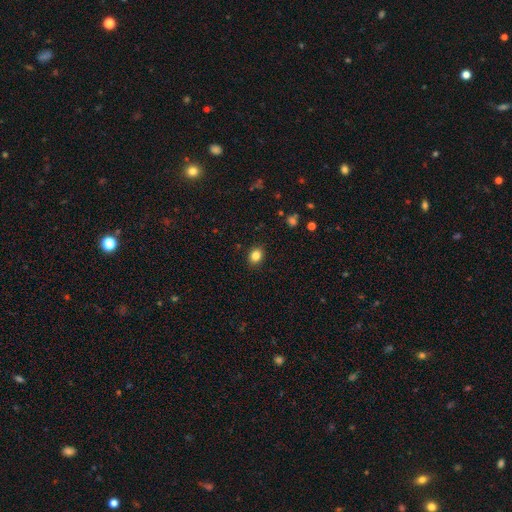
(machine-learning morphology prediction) Smooth or featured: smooth — 84% (star or artifact — 11%)
How rounded: round — 51% (in between — 48%)
Merging: none — 89% (minor disturbance — 8%)